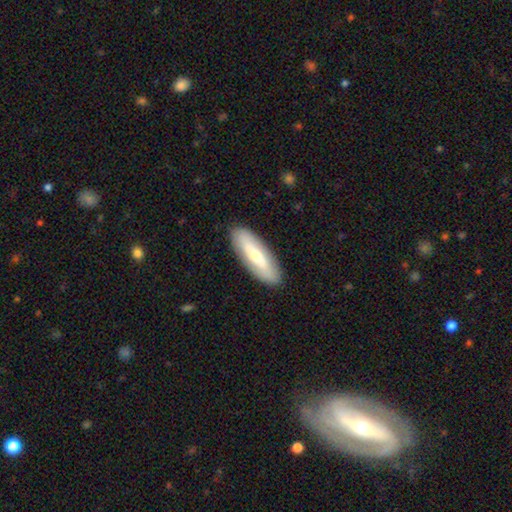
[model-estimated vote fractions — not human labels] Smooth or featured? smooth (57%)
How rounded? in between (58%)
Merging? none (88%)